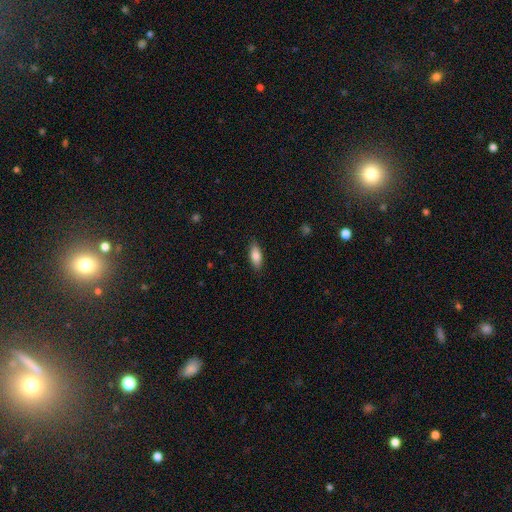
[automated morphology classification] Smooth or featured? smooth (82%)
How rounded? in between (79%)
Merging? none (87%)